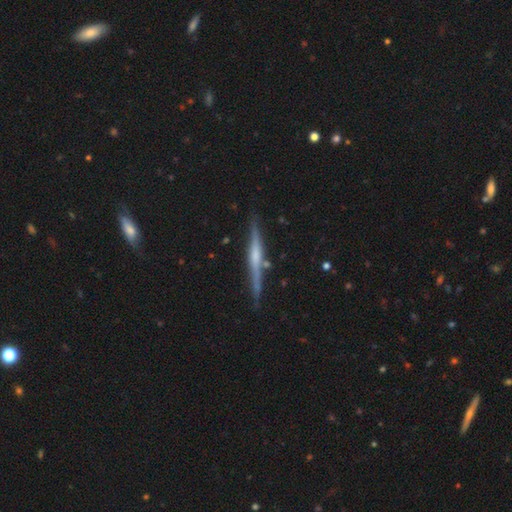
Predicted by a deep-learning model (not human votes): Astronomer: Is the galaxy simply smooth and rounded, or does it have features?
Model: featured or disk — 71%.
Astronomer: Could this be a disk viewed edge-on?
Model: yes — 97%.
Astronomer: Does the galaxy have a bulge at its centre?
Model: rounded — 51% (runner-up: none, 32%).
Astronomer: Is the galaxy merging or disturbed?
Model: none — 82%.